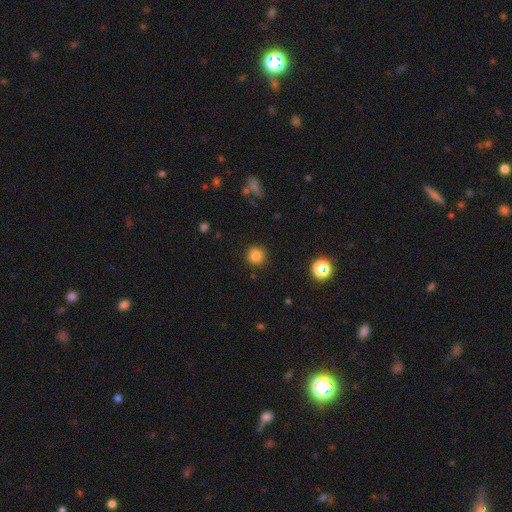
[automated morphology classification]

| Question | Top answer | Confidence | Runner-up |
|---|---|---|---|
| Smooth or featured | smooth | 84% | star or artifact (13%) |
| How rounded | round | 94% | in between (5%) |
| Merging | none | 90% | minor disturbance (6%) |